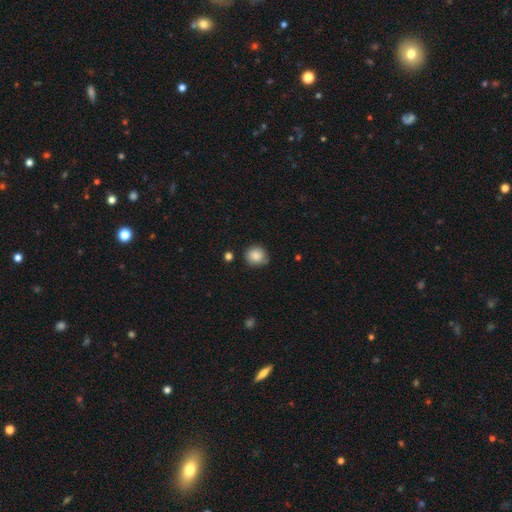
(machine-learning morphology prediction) This is clearly a smooth galaxy (87%). How rounded: clearly round (87%). Merging: likely none (77%).